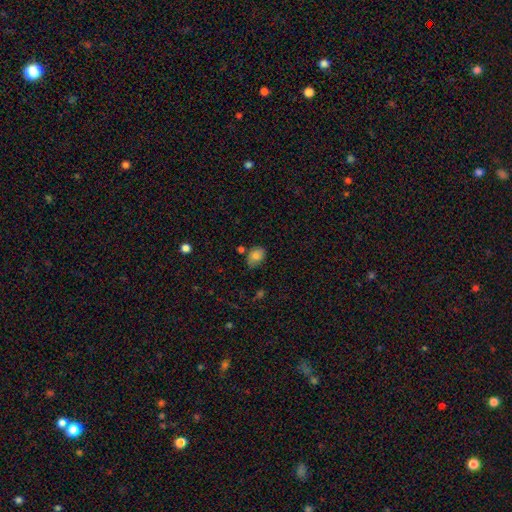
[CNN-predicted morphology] A smooth galaxy with no disk features (81%) that is in between round and cigar-shaped (74%). Merging: none (70%).